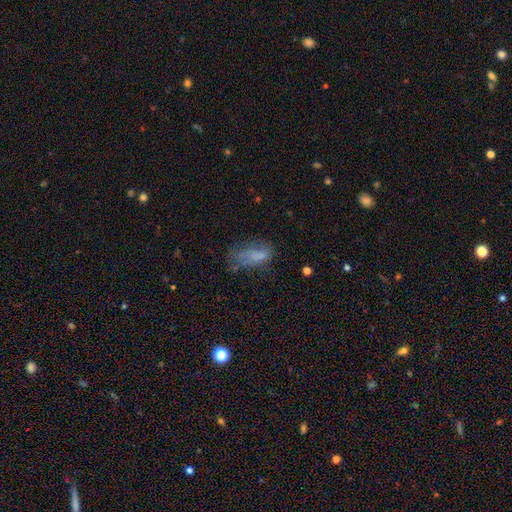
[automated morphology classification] Smooth or featured?
  - smooth: 65% *
  - featured or disk: 22%
  - star or artifact: 13%
How rounded?
  - in between: 85% *
  - cigar-shaped: 11%
  - round: 4%
Merging?
  - none: 37% *
  - major disturbance: 30%
  - minor disturbance: 28%
  - merger: 5%